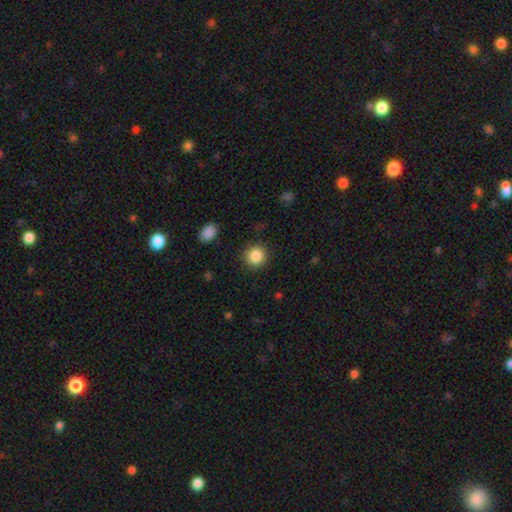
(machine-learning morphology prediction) The model was most divided on "smooth or featured": smooth: 86%, star or artifact: 10%, featured or disk: 4%. More confident: how rounded — round (92%); merging — none (89%).